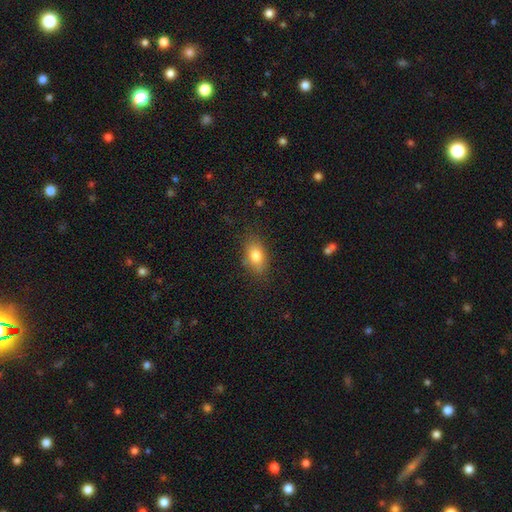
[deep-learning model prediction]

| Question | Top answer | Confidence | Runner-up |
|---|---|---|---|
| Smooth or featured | smooth | 81% | featured or disk (11%) |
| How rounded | in between | 86% | round (10%) |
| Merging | none | 78% | minor disturbance (16%) |